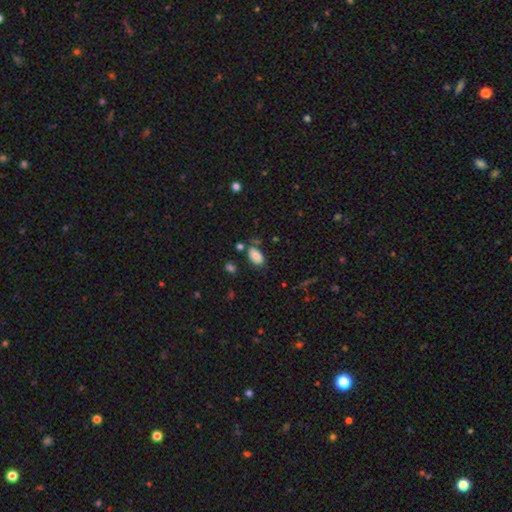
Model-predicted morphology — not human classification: The model was most divided on "merging": none: 66%, minor disturbance: 19%, merger: 8%, major disturbance: 6%. More confident: how rounded — in between (92%); smooth or featured — smooth (73%).